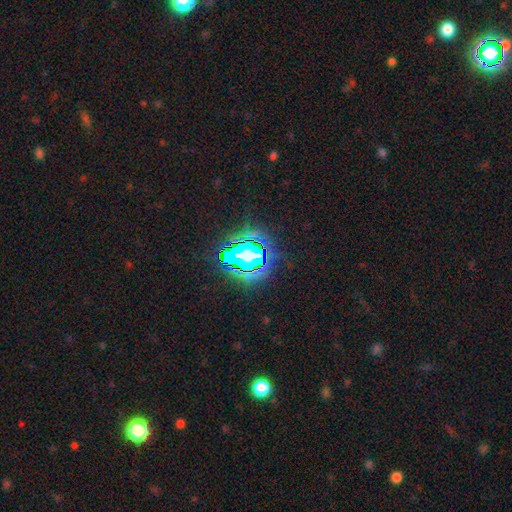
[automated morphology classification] The model was most divided on "smooth or featured": star or artifact: 62%, smooth: 22%, featured or disk: 16%.